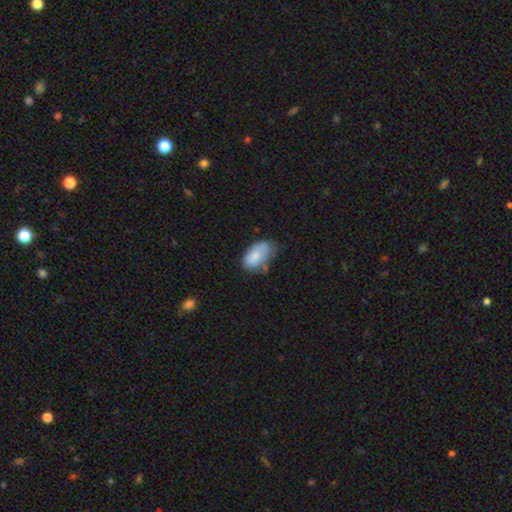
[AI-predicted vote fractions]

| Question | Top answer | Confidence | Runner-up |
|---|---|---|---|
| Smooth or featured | smooth | 78% | featured or disk (15%) |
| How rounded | in between | 93% | round (5%) |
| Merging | none | 41% | minor disturbance (39%) |